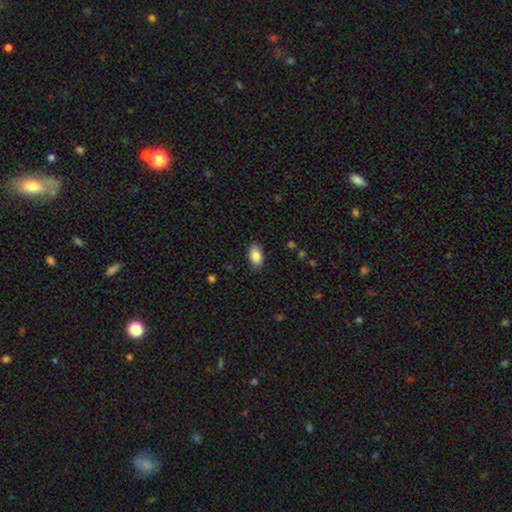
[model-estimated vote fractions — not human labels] smooth_or_featured: smooth (p=0.87) [alt: star or artifact p=0.07]
how_rounded: in between (p=0.92) [alt: round p=0.07]
merging: none (p=0.86) [alt: minor disturbance p=0.11]